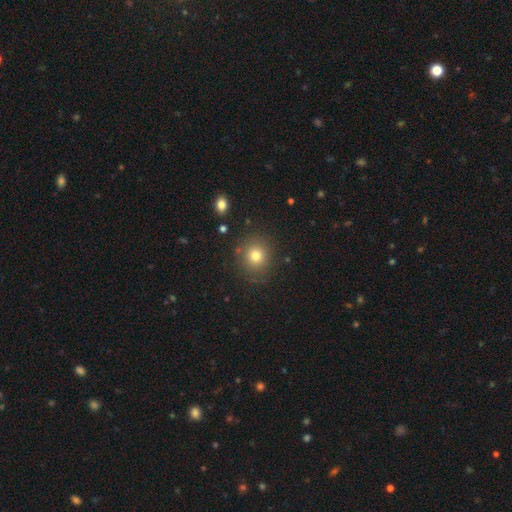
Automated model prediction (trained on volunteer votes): Smooth or featured?
  - smooth: 77% *
  - star or artifact: 14%
  - featured or disk: 9%
How rounded?
  - round: 86% *
  - in between: 14%
  - cigar-shaped: 1%
Merging?
  - none: 85% *
  - minor disturbance: 9%
  - major disturbance: 4%
  - merger: 2%